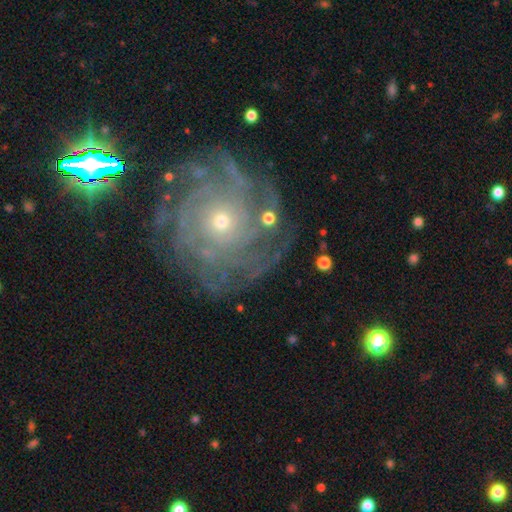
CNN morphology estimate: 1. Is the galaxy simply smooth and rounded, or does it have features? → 86% featured or disk, 8% star or artifact, 6% smooth.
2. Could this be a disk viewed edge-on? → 97% no, 3% yes.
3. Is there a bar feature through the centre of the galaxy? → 84% no, 12% weak, 4% strong.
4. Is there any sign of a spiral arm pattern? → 96% yes, 4% no.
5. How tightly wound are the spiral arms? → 76% tight, 19% medium, 5% loose.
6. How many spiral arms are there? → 26% more than 4 (tied), 26% can't tell (tied), 19% 4, 12% 3, 9% 2, 7% 1.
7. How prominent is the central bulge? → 69% small, 28% moderate, 2% large, 1% none, 1% dominant.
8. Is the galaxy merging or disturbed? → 77% none, 13% minor disturbance, 8% major disturbance, 2% merger.